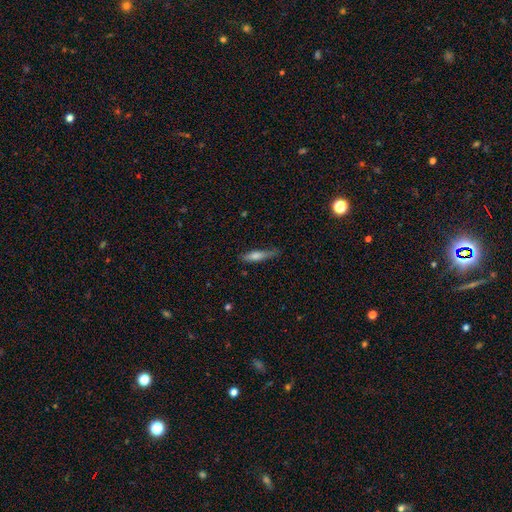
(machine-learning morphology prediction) Smooth or featured? smooth (64%)
How rounded? cigar-shaped (78%)
Merging? none (66%)